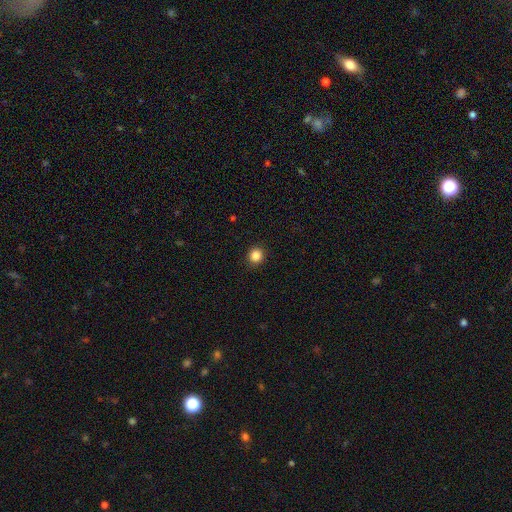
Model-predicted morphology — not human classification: This appears to be a smooth galaxy with no disk features (86%) that is round (90%). Merging: none (92%).